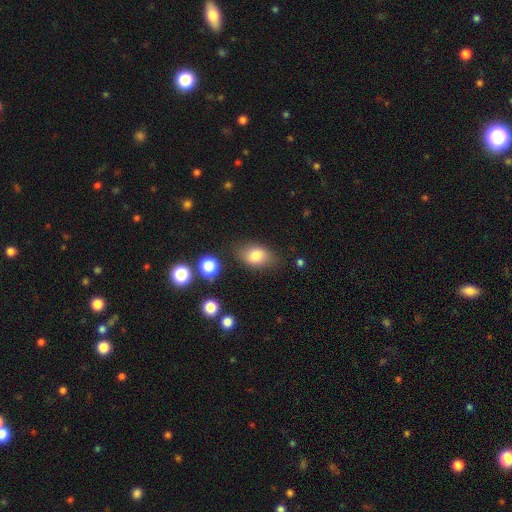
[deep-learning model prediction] This is likely a smooth galaxy (80%). How rounded: clearly in between (82%). Merging: likely none (76%).